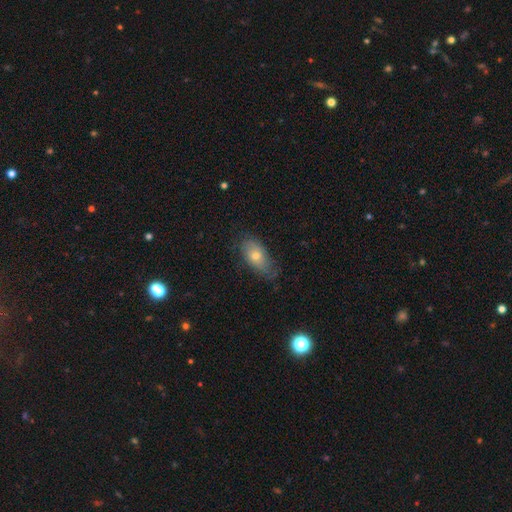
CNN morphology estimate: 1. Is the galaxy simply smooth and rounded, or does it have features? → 58% smooth, 34% featured or disk, 8% star or artifact.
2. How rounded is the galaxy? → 88% in between, 6% round, 5% cigar-shaped.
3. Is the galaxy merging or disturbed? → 64% none, 26% minor disturbance, 9% major disturbance, 1% merger.